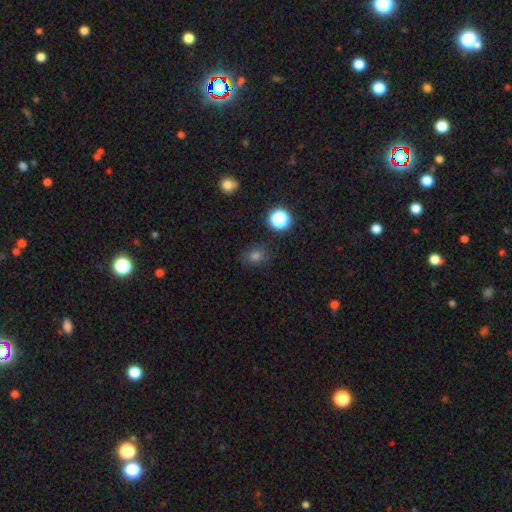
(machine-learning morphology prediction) A smooth galaxy with no disk features (71%) that is round (54%).

Vote fractions:
- Smooth or featured? smooth: 71% / star or artifact: 22% / featured or disk: 7%
- How rounded? round: 54% / in between: 45% / cigar-shaped: 1%
- Merging? none: 83% / minor disturbance: 11% / major disturbance: 3% / merger: 2%